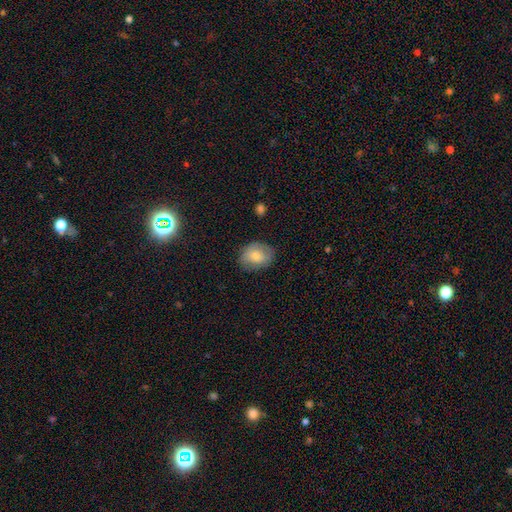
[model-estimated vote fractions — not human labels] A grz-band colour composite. It shows a smooth galaxy with no disk features (74%) that is in between round and cigar-shaped (53%). Merging: none (77%).